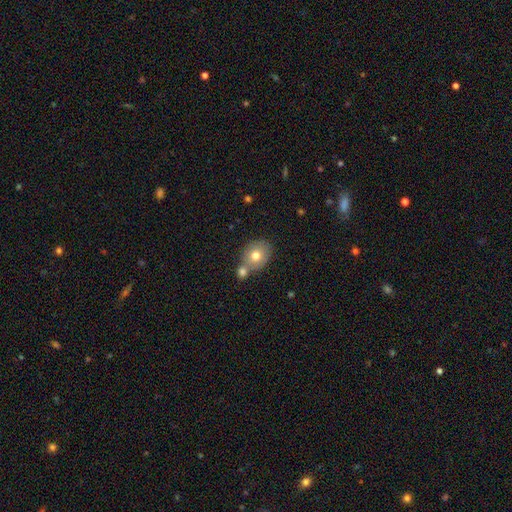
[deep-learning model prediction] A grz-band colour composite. It shows a smooth galaxy with no disk features (75%) that is round (56%). Merging: none (50%).